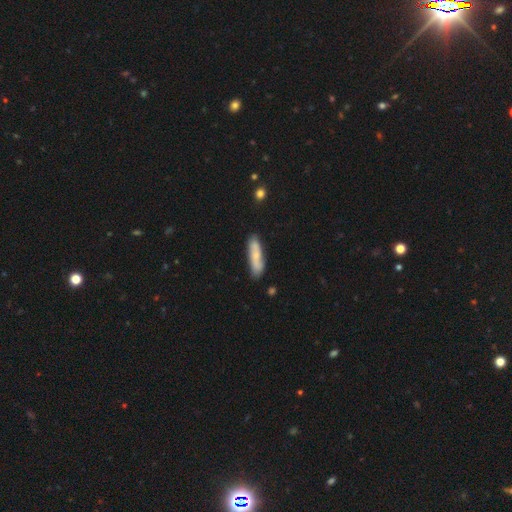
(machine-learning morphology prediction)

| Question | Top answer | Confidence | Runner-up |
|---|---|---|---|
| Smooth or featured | smooth | 65% | featured or disk (29%) |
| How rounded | cigar-shaped | 70% | in between (29%) |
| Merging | none | 77% | minor disturbance (16%) |